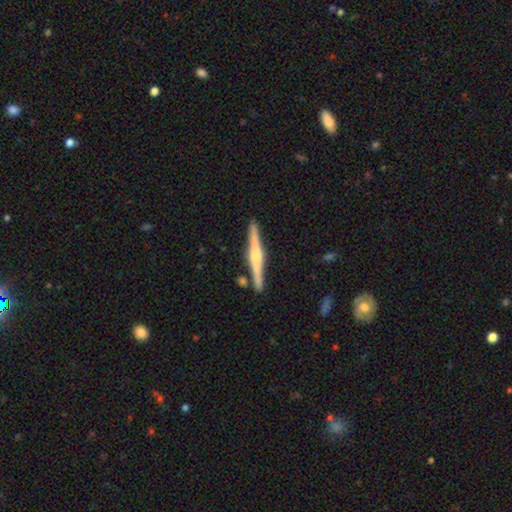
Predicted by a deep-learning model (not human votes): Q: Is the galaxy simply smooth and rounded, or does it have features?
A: featured or disk — 73%.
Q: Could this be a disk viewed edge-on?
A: yes — 98%.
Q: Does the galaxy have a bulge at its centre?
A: rounded — 79%.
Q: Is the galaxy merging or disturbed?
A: none — 87%.